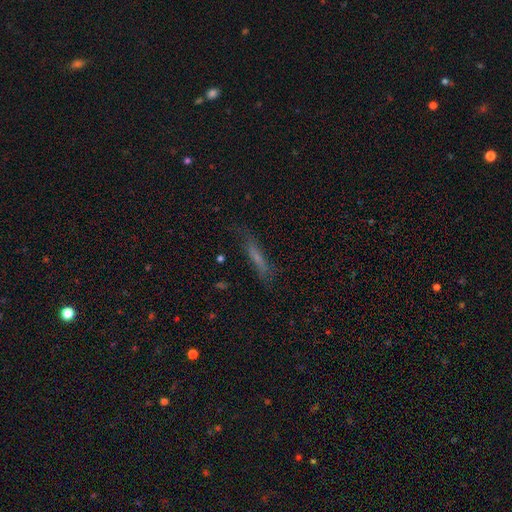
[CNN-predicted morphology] Smooth or featured? smooth (44%)
Merging? none (74%)